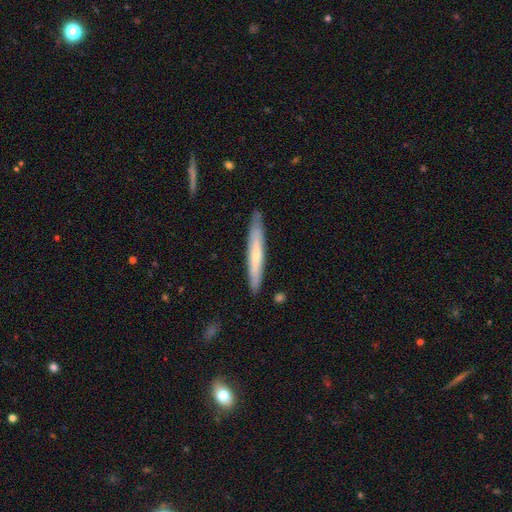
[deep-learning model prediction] Morphology: type=smooth (54%); roundness=cigar-shaped (95%); merging=none (86%).